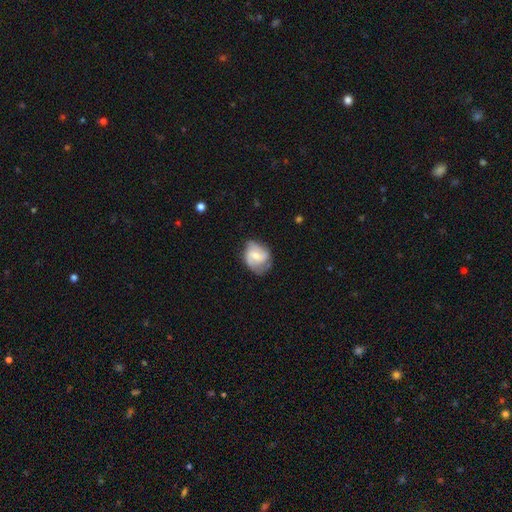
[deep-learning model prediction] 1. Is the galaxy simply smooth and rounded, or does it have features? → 61% featured or disk, 33% smooth, 6% star or artifact.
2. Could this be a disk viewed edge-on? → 98% no, 2% yes.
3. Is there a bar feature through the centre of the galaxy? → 45% weak, 43% no, 12% strong.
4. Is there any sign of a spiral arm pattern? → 88% yes, 12% no.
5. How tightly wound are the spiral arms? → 47% medium, 31% tight, 22% loose.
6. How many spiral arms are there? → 62% 2, 16% can't tell, 15% 3, 4% 1, 2% 4, 2% more than 4.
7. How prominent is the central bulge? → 45% moderate (tied), 45% small (tied), 5% none, 4% large, 1% dominant.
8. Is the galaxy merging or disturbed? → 60% none, 28% minor disturbance, 10% major disturbance, 1% merger.